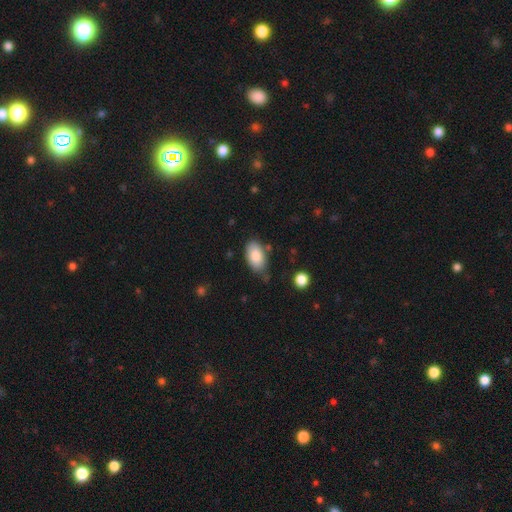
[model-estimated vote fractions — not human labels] smooth-or-featured: smooth: 85% | featured or disk: 8% | star or artifact: 7%
  how-rounded: in between: 94% | round: 4% | cigar-shaped: 2%
  merging: none: 69% | minor disturbance: 22% | major disturbance: 5% | merger: 5%